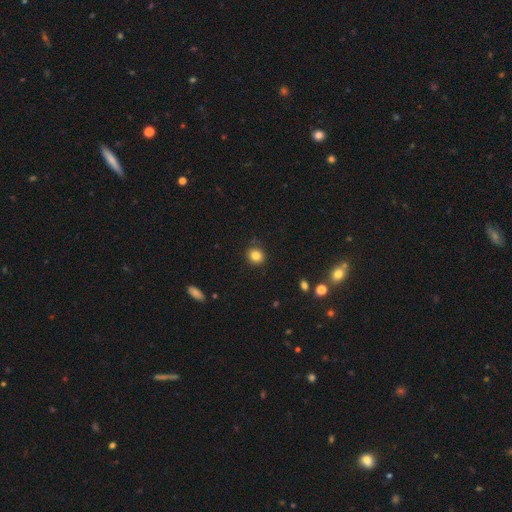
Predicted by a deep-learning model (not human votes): smooth_or_featured: smooth (p=0.83) [alt: star or artifact p=0.11]
how_rounded: round (p=0.87) [alt: in between p=0.12]
merging: none (p=0.89) [alt: minor disturbance p=0.08]